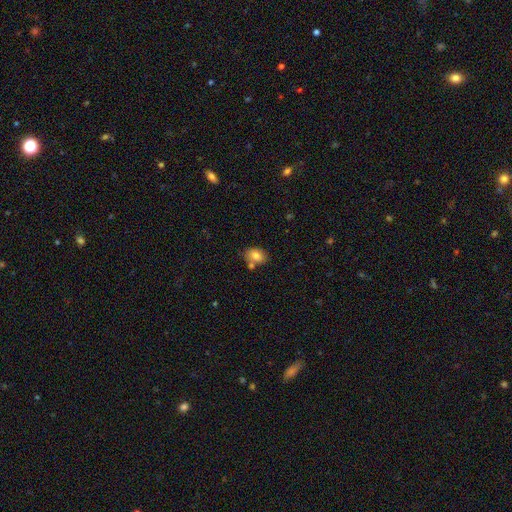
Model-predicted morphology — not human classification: Smooth or featured?
  - smooth: 80% *
  - featured or disk: 11%
  - star or artifact: 9%
How rounded?
  - in between: 70% *
  - round: 29%
  - cigar-shaped: 1%
Merging?
  - none: 64% *
  - merger: 18%
  - minor disturbance: 15%
  - major disturbance: 4%